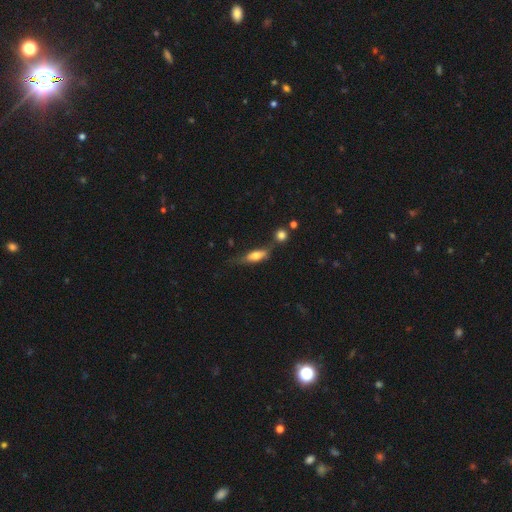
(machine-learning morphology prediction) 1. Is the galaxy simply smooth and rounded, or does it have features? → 61% smooth, 32% featured or disk, 8% star or artifact.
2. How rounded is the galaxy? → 55% in between, 41% cigar-shaped, 4% round.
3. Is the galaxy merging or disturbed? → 50% none, 26% minor disturbance, 12% major disturbance, 12% merger.